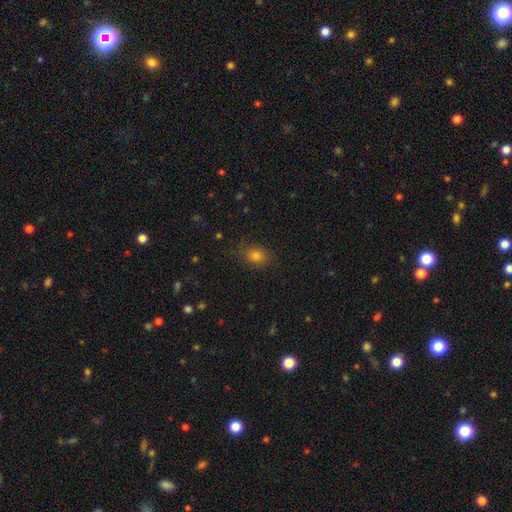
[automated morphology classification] This appears to be a smooth galaxy with no disk features (76%) that is in between round and cigar-shaped (53%). Merging: none (81%).